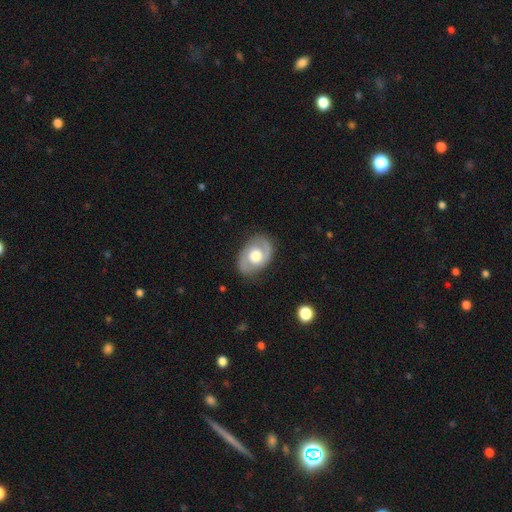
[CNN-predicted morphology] featured or disk 65%, smooth 30%, star or artifact 5%. Down the decision tree: edge-on disk — no (95%); bar — no (75%); spiral arms — yes (66%); bulge size — moderate (51%); merging — none (80%).